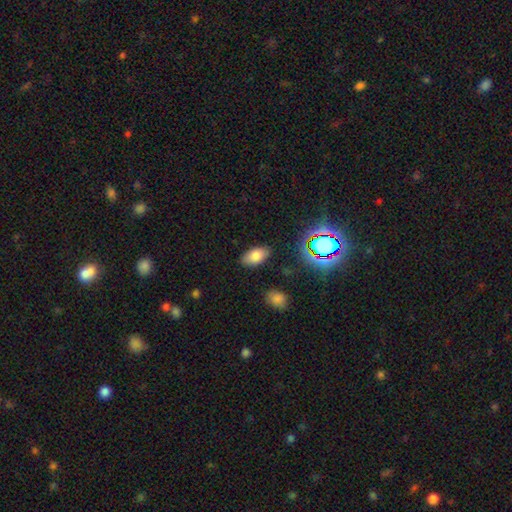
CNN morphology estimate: A smooth galaxy with no disk features (77%) that is in between round and cigar-shaped (93%). Merging: none (85%).